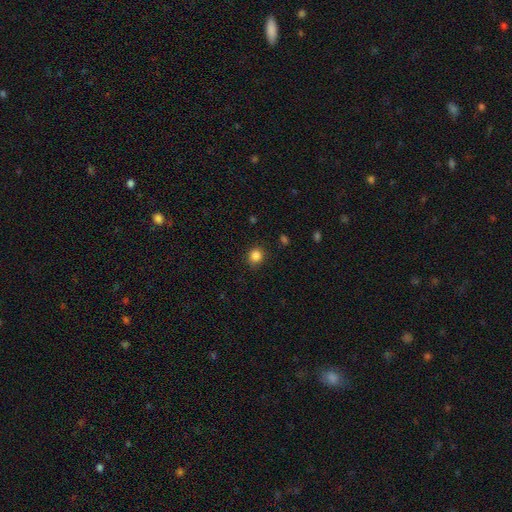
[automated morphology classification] type=smooth (85%); roundness=round (88%); merging=none (89%).